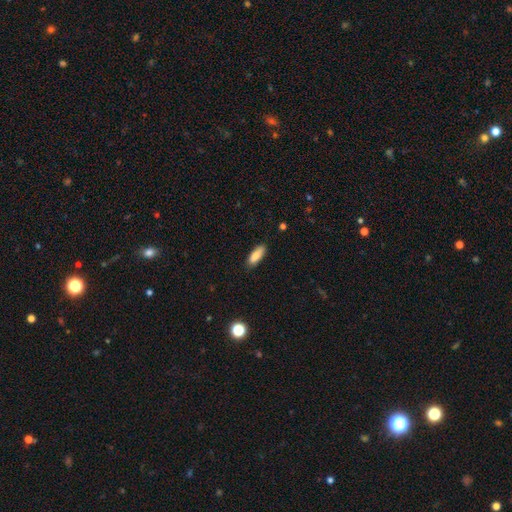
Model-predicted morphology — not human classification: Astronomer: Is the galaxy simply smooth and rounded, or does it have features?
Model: smooth — 86%.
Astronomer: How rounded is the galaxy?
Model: in between — 66%.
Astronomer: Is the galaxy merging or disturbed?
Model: none — 84%.